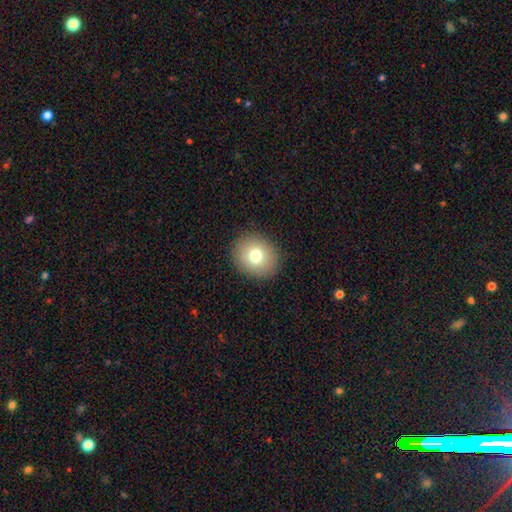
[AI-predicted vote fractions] Smooth or featured: smooth — 75% (featured or disk — 13%)
How rounded: round — 76% (in between — 23%)
Merging: none — 90% (minor disturbance — 6%)